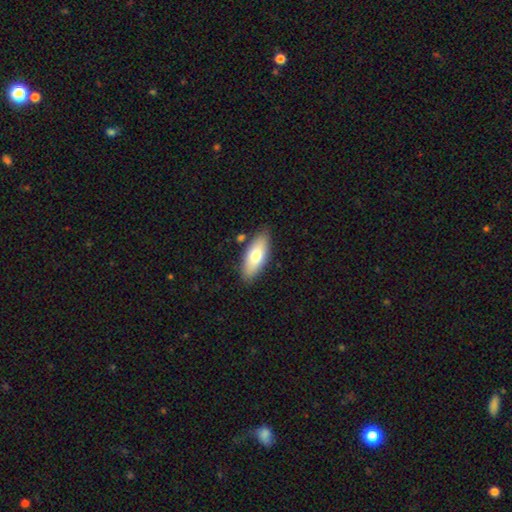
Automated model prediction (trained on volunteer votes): A smooth galaxy with no disk features (72%) that is in between round and cigar-shaped (78%). Merging: none (82%).